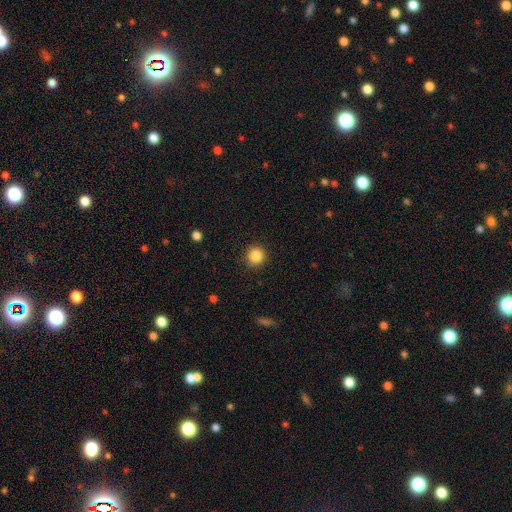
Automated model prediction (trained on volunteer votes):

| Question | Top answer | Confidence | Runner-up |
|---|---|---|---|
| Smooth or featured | smooth | 86% | star or artifact (10%) |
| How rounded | round | 91% | in between (8%) |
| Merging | none | 89% | minor disturbance (8%) |